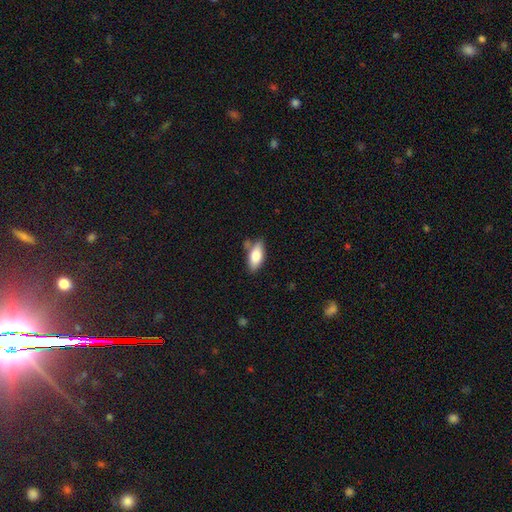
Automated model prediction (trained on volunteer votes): Smooth or featured?
  - smooth: 78% *
  - featured or disk: 15%
  - star or artifact: 6%
How rounded?
  - in between: 84% *
  - cigar-shaped: 14%
  - round: 3%
Merging?
  - none: 70% *
  - minor disturbance: 18%
  - merger: 8%
  - major disturbance: 4%